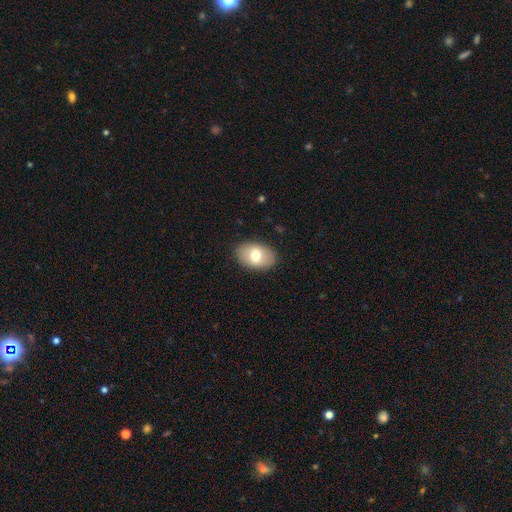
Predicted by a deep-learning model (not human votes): Overall: smooth (72%). How rounded: in between (86%). Merging: none (88%).